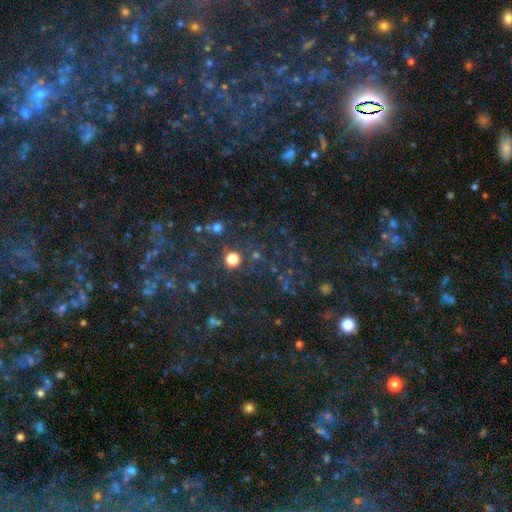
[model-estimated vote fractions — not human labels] star or artifact 65%, smooth 24%, featured or disk 11%.